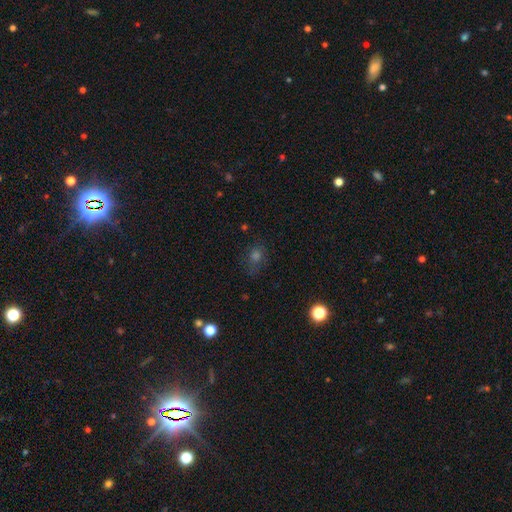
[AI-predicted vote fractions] Q: Smooth or featured?
A: smooth (56%); runner-up: star or artifact (31%)
Q: How rounded?
A: round (59%); runner-up: in between (39%)
Q: Merging?
A: none (71%); runner-up: minor disturbance (18%)